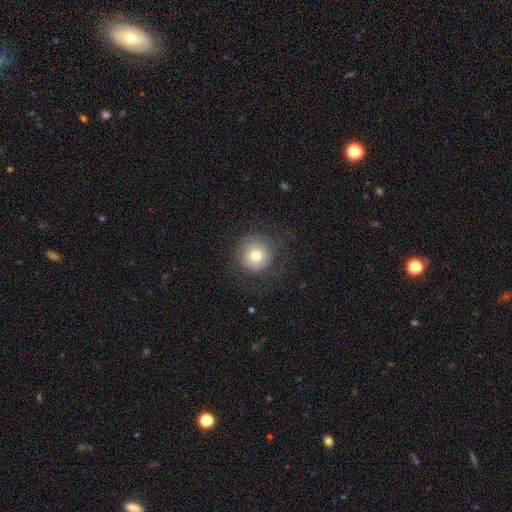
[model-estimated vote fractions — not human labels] smooth_or_featured: smooth (p=0.66) [alt: featured or disk p=0.25]
how_rounded: round (p=0.94) [alt: in between p=0.05]
merging: none (p=0.70) [alt: minor disturbance p=0.15]